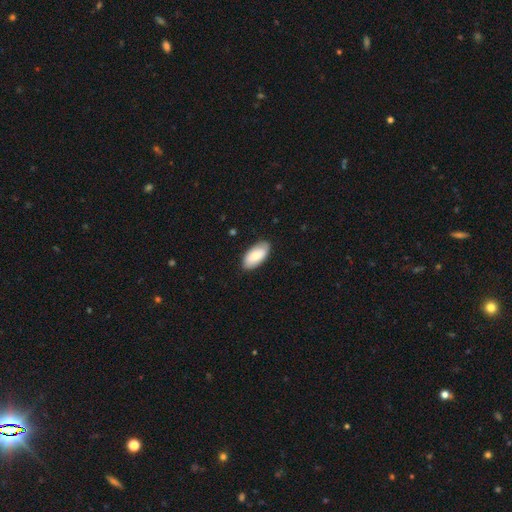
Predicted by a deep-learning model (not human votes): smooth 80%, featured or disk 14%, star or artifact 6%. Down the decision tree: how rounded — in between (94%); merging — none (85%).